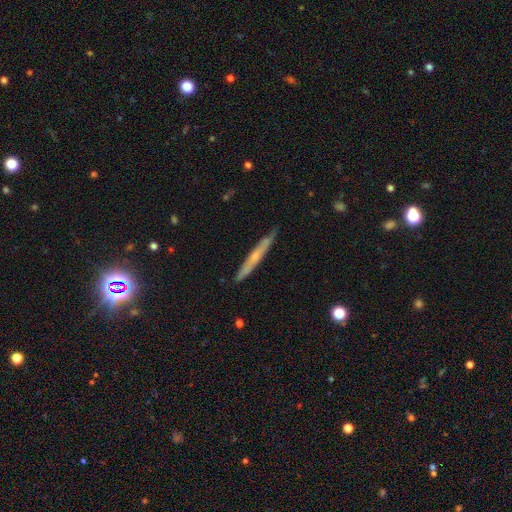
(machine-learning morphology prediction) Q: Smooth or featured?
A: featured or disk (51%); runner-up: smooth (43%)
Q: Edge-on disk?
A: yes (92%); runner-up: no (8%)
Q: Merging?
A: none (81%); runner-up: minor disturbance (15%)